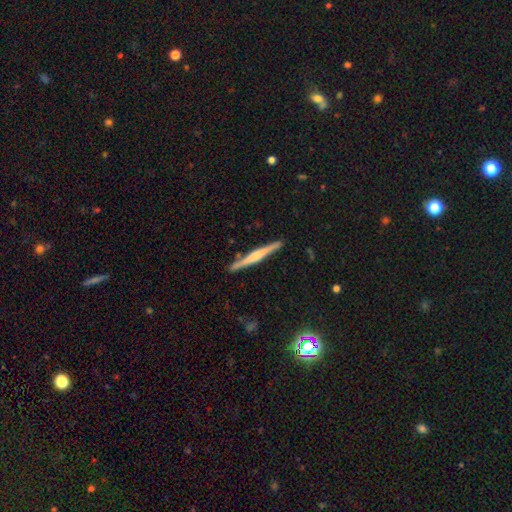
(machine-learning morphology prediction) A featured or disk galaxy (65%) viewed edge-on (98%) with a rounded central bulge (57%).

Vote fractions:
- Smooth or featured? featured or disk: 65% / smooth: 30% / star or artifact: 5%
- Edge-on disk? yes: 98% / no: 2%
- Edge-on bulge? rounded: 57% / boxy: 22% / none: 22%
- Merging? none: 89% / minor disturbance: 8% / merger: 2% / major disturbance: 1%